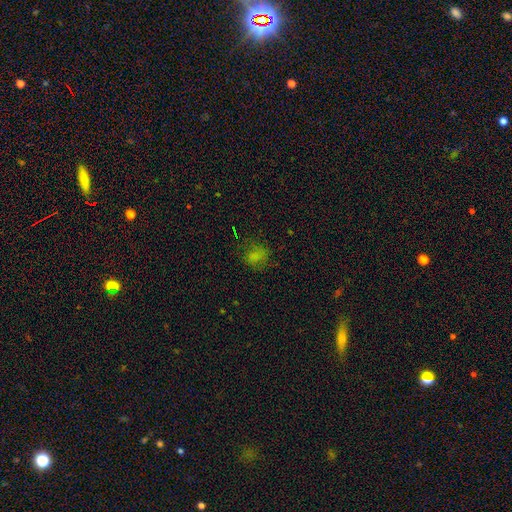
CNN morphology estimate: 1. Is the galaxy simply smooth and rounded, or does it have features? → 66% smooth, 21% star or artifact, 12% featured or disk.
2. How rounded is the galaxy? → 56% round, 42% in between, 1% cigar-shaped.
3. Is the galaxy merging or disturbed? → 65% none, 21% minor disturbance, 12% major disturbance, 2% merger.